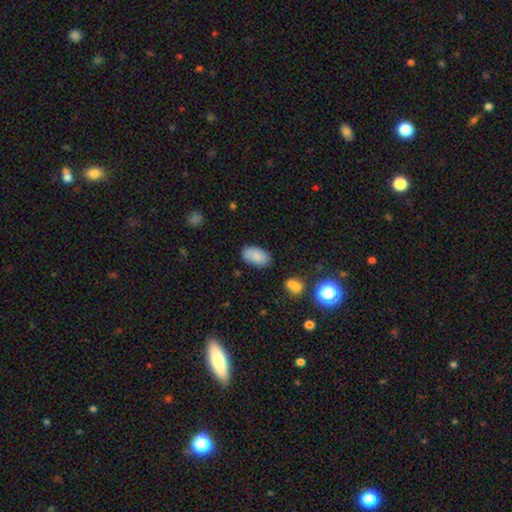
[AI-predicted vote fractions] Morphology: type=smooth (81%); roundness=in between (93%); merging=none (72%).